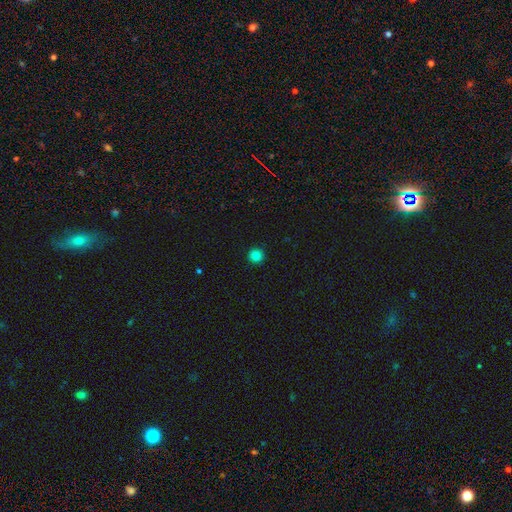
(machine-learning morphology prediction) smooth-or-featured: smooth: 84% | star or artifact: 12% | featured or disk: 4%
  how-rounded: round: 96% | in between: 3% | cigar-shaped: 1%
  merging: none: 93% | minor disturbance: 4% | major disturbance: 2% | merger: 1%